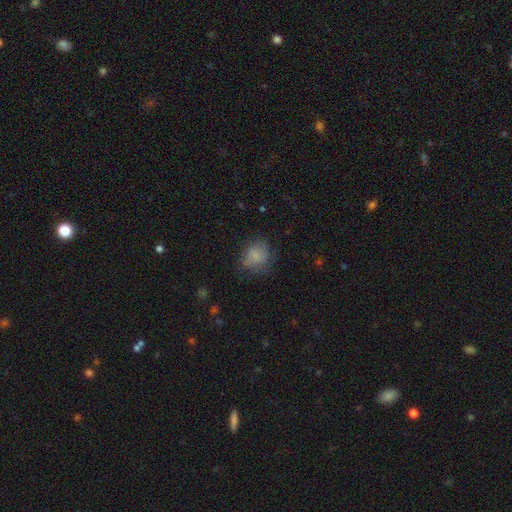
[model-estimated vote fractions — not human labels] This is likely a smooth galaxy (73%). How rounded: likely round (65%). Merging: possibly none (57%).